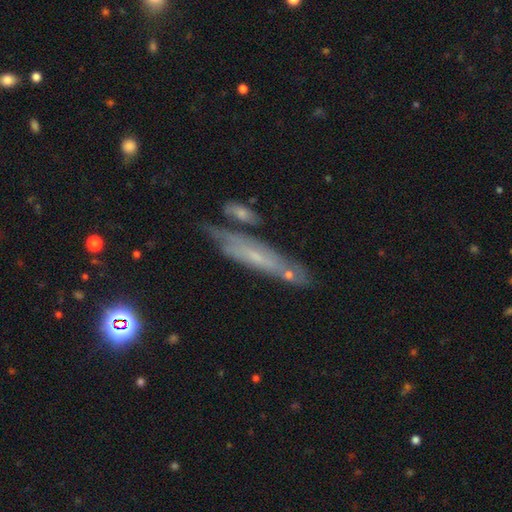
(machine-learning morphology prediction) Q: Smooth or featured?
A: featured or disk (59%); runner-up: smooth (29%)
Q: Edge-on disk?
A: yes (54%); runner-up: no (46%)
Q: Merging?
A: none (59%); runner-up: minor disturbance (19%)